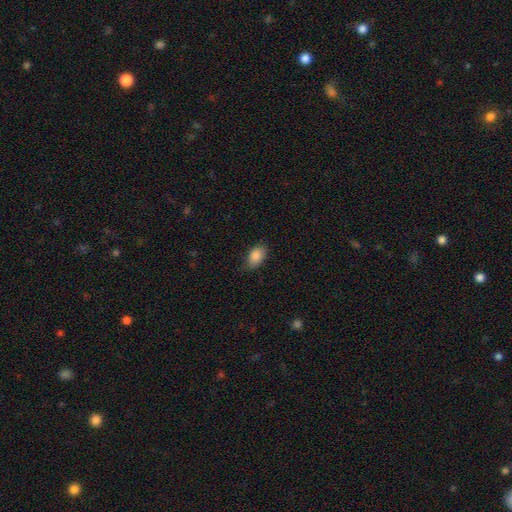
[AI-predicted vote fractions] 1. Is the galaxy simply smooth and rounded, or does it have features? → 87% smooth, 7% star or artifact, 5% featured or disk.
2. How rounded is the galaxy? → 89% in between, 9% round, 2% cigar-shaped.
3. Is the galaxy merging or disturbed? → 72% none, 22% minor disturbance, 4% major disturbance, 1% merger.